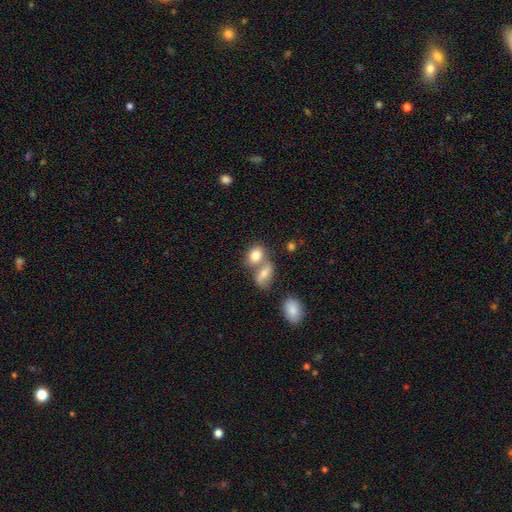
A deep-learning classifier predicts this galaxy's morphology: Smooth or featured: smooth — 80% (featured or disk — 11%)
How rounded: in between — 70% (round — 27%)
Merging: merger — 49% (none — 37%)